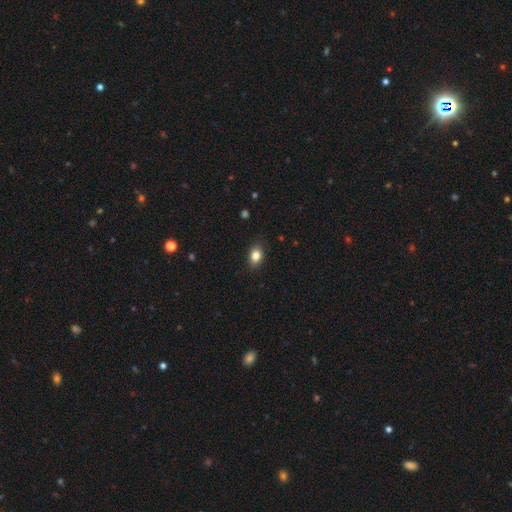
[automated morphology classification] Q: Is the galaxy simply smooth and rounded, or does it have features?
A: smooth — 83%.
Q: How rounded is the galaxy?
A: in between — 76%.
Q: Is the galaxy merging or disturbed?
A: none — 86%.